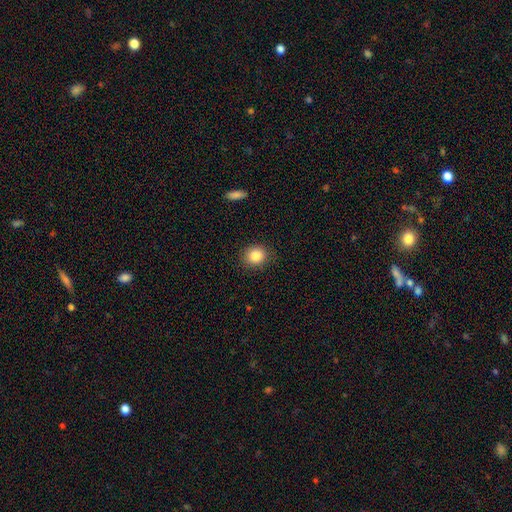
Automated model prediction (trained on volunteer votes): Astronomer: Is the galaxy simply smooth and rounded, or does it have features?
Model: smooth — 86%.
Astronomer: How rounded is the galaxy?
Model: round — 78%.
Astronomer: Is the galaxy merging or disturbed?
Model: none — 88%.